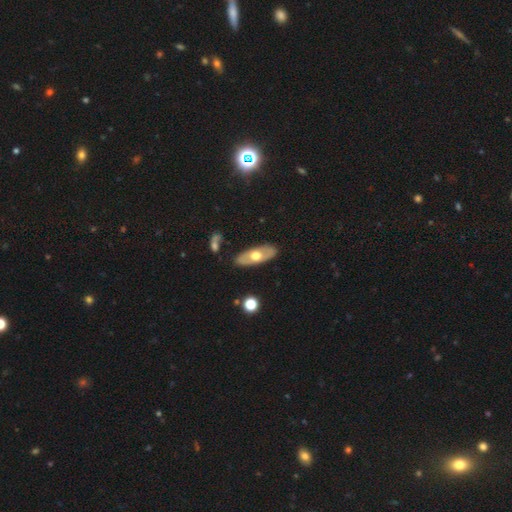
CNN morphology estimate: Overall: featured or disk (48%; smooth 47%). Merging: none (84%).